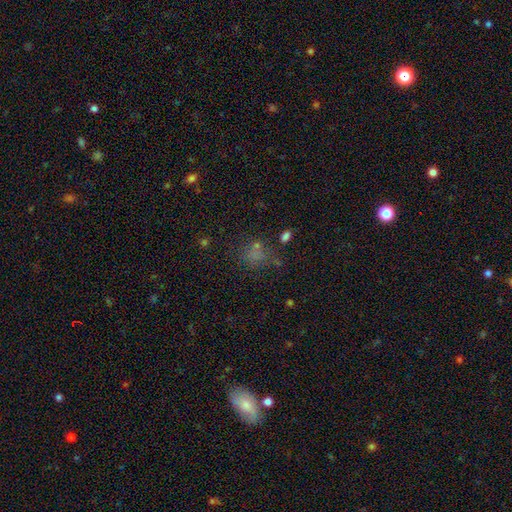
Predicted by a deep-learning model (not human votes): The model was most divided on "smooth or featured": smooth: 55%, star or artifact: 32%, featured or disk: 13%. More confident: how rounded — round (63%); merging — none (57%).